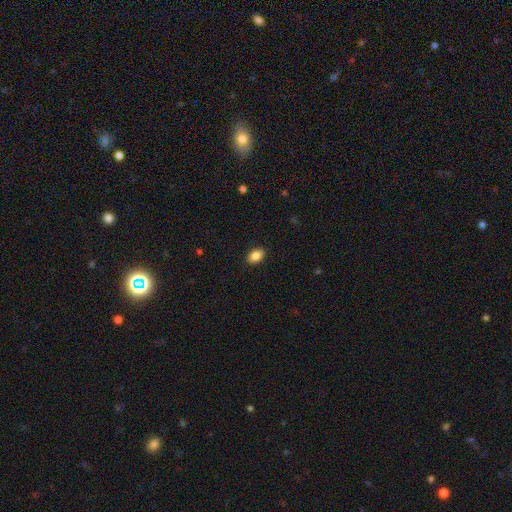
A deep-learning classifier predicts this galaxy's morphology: Q: Smooth or featured?
A: smooth (88%); runner-up: star or artifact (8%)
Q: How rounded?
A: in between (85%); runner-up: round (14%)
Q: Merging?
A: none (89%); runner-up: minor disturbance (8%)